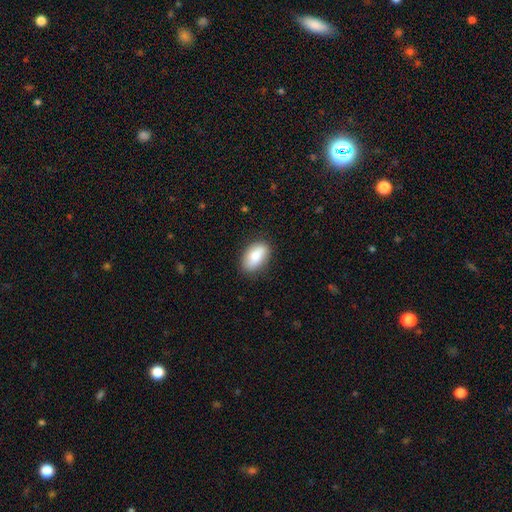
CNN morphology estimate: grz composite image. It shows a smooth galaxy with no disk features (82%) that is in between round and cigar-shaped (91%). Merging: none (84%).